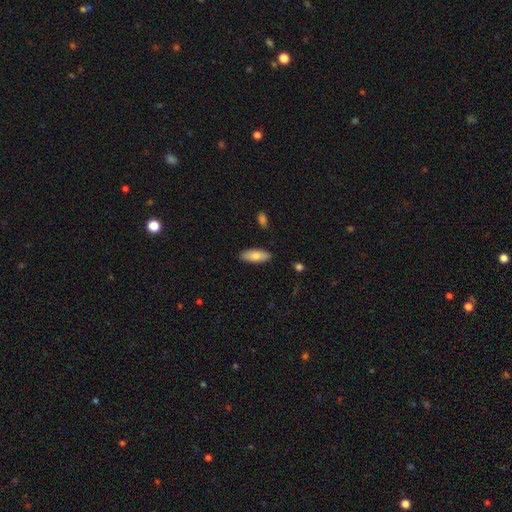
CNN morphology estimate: This is likely a smooth galaxy (79%). How rounded: likely in between (76%). Merging: clearly none (88%).